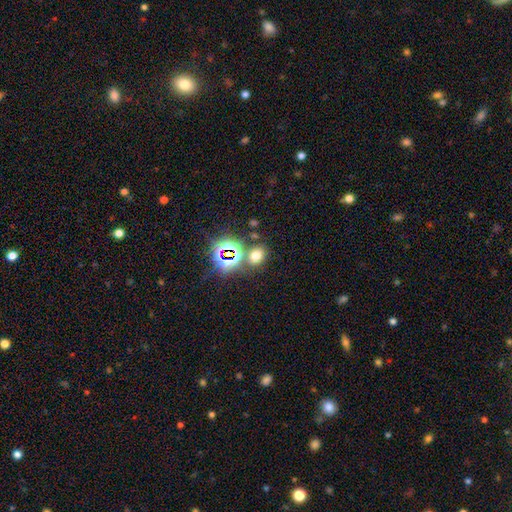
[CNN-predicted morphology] This appears to be a smooth galaxy with no disk features (61%) that is in between round and cigar-shaped (51%). Merging: none (72%).